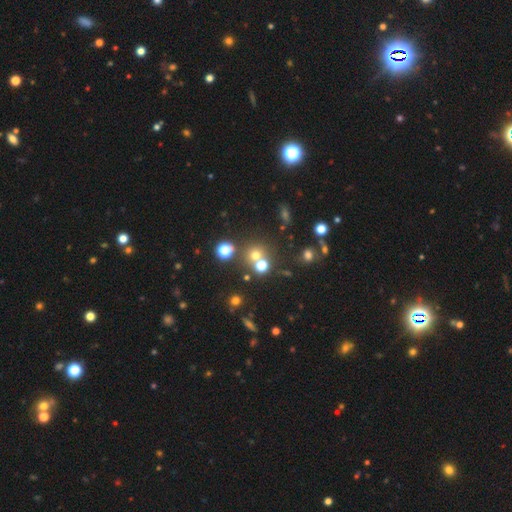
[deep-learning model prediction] Smooth or featured: smooth — 63% (star or artifact — 26%)
How rounded: round — 88% (in between — 11%)
Merging: none — 63% (merger — 24%)